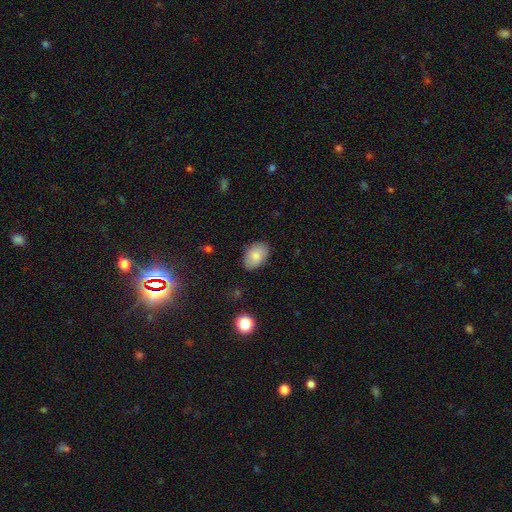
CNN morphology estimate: smooth_or_featured: smooth (p=0.82) [alt: featured or disk p=0.11]
how_rounded: in between (p=0.86) [alt: round p=0.13]
merging: none (p=0.85) [alt: minor disturbance p=0.12]